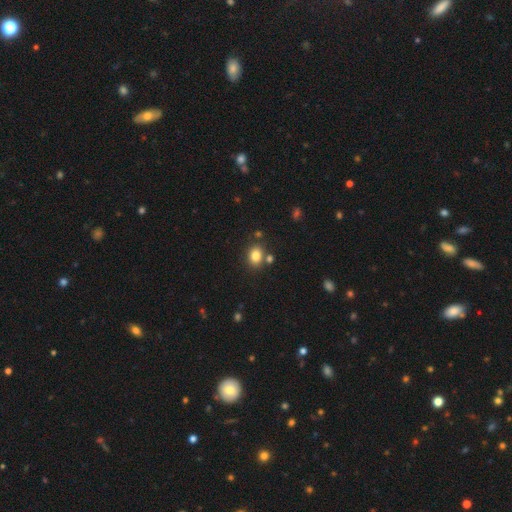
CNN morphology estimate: This is clearly a smooth galaxy (82%). How rounded: possibly in between (51%). Merging: likely none (76%).